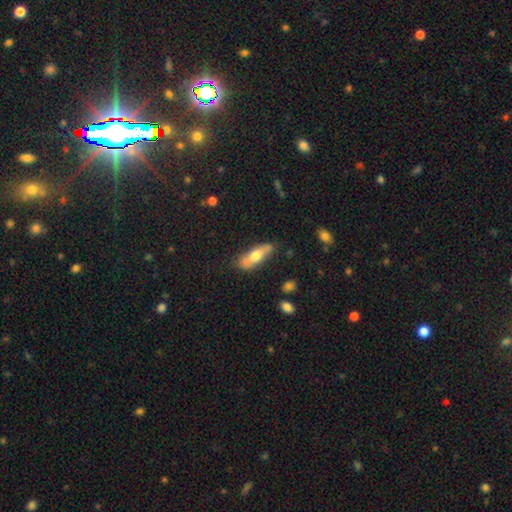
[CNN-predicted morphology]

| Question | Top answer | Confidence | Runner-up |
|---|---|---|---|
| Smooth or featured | smooth | 59% | featured or disk (35%) |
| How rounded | in between | 54% | cigar-shaped (44%) |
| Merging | none | 72% | minor disturbance (20%) |